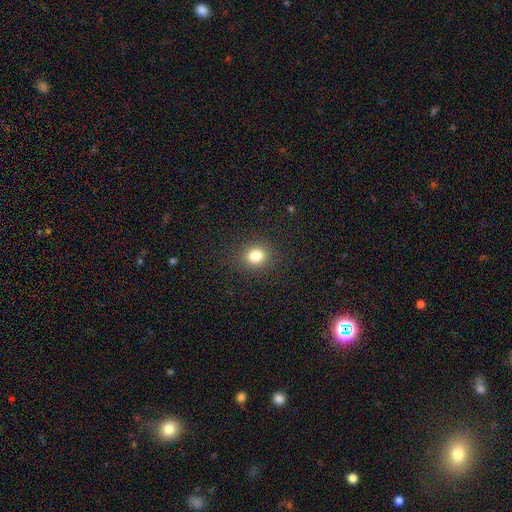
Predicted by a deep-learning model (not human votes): Morphology: type=smooth (81%); roundness=round (73%); merging=none (88%).